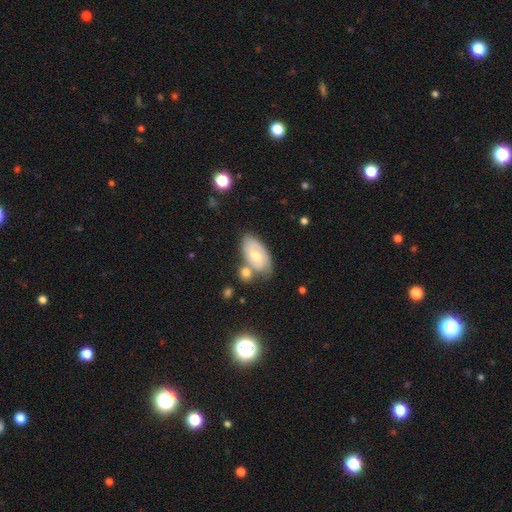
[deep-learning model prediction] The model was most divided on "bar": no: 55%, weak: 37%, strong: 7%. More confident: edge-on disk — no (93%); spiral arms — yes (79%); bulge size — moderate (66%); smooth or featured — featured or disk (61%); merging — none (54%).